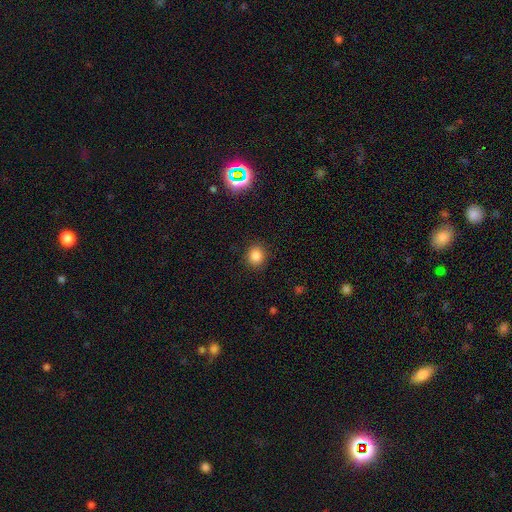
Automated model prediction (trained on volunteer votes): Q: Smooth or featured?
A: smooth (83%); runner-up: star or artifact (12%)
Q: How rounded?
A: round (83%); runner-up: in between (16%)
Q: Merging?
A: none (89%); runner-up: minor disturbance (7%)